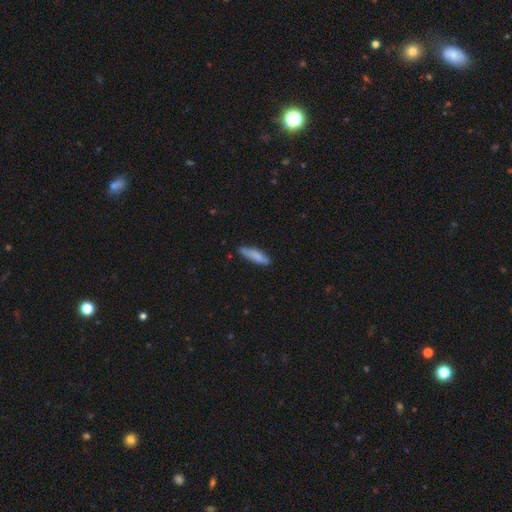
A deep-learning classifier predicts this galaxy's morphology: smooth_or_featured: smooth (p=0.79) [alt: featured or disk p=0.15]
how_rounded: cigar-shaped (p=0.72) [alt: in between p=0.27]
merging: none (p=0.74) [alt: minor disturbance p=0.21]